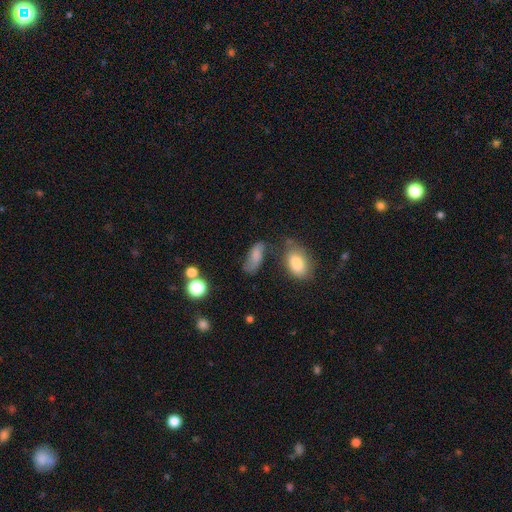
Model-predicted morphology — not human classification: smooth-or-featured: smooth: 71% | featured or disk: 18% | star or artifact: 11%
  how-rounded: in between: 82% | cigar-shaped: 13% | round: 5%
  merging: none: 51% | minor disturbance: 27% | major disturbance: 12% | merger: 10%